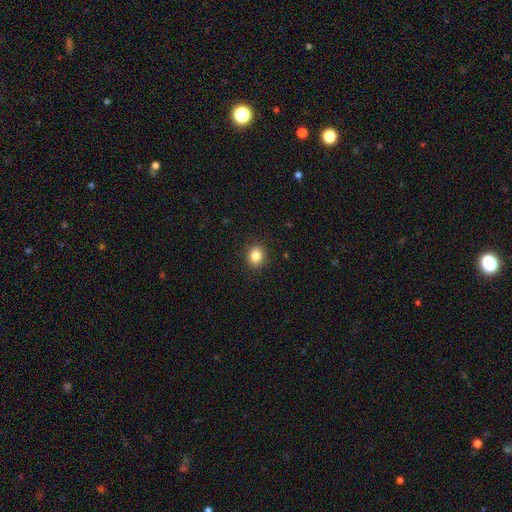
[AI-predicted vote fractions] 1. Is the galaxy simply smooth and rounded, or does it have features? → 85% smooth, 10% star or artifact, 5% featured or disk.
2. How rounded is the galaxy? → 64% round, 35% in between, 1% cigar-shaped.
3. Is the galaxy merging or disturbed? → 91% none, 6% minor disturbance, 2% major disturbance, 1% merger.